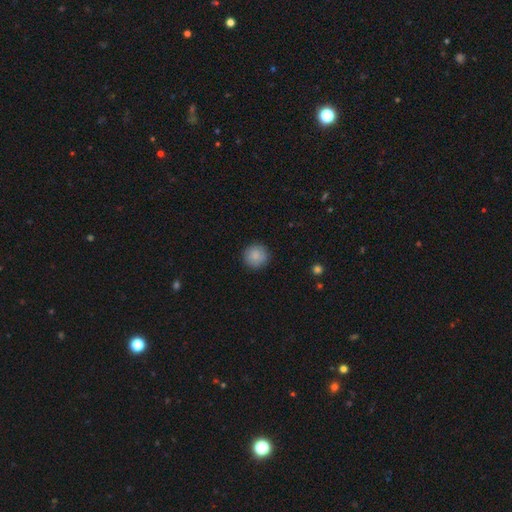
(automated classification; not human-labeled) smooth_or_featured: smooth (p=0.87) [alt: star or artifact p=0.08]
how_rounded: round (p=0.94) [alt: in between p=0.05]
merging: none (p=0.91) [alt: minor disturbance p=0.07]